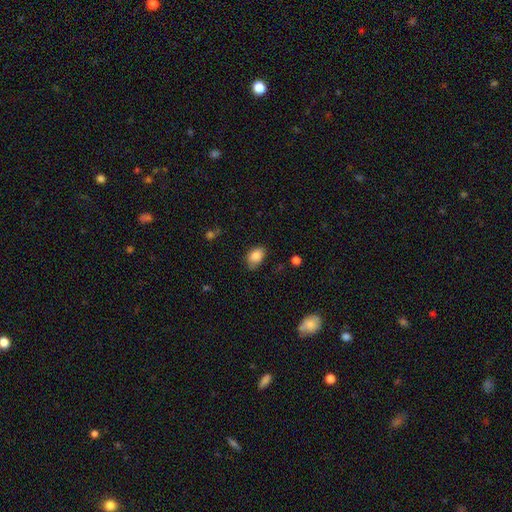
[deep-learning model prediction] Smooth or featured?
  - smooth: 86% *
  - star or artifact: 8%
  - featured or disk: 6%
How rounded?
  - in between: 85% *
  - round: 14%
  - cigar-shaped: 1%
Merging?
  - none: 68% *
  - minor disturbance: 25%
  - major disturbance: 5%
  - merger: 2%